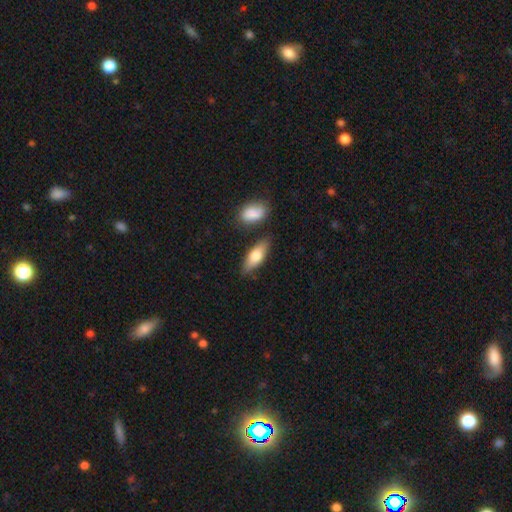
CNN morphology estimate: This is likely a smooth galaxy (70%). How rounded: likely in between (71%). Merging: likely none (77%).